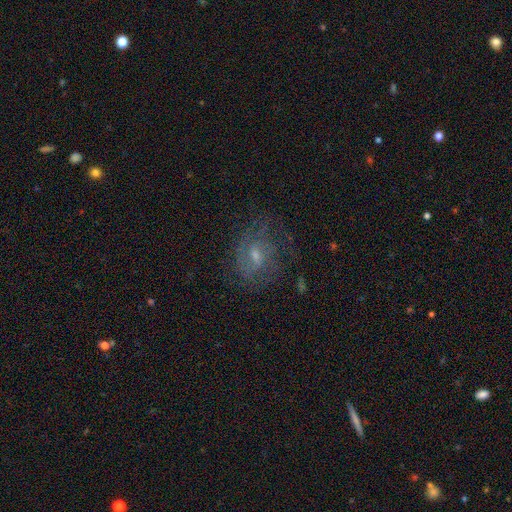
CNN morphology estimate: Q: Smooth or featured?
A: featured or disk (65%); runner-up: smooth (24%)
Q: Edge-on disk?
A: no (96%); runner-up: yes (4%)
Q: Bar?
A: weak (50%); runner-up: no (41%)
Q: Spiral arms?
A: yes (78%); runner-up: no (22%)
Q: Bulge size?
A: small (51%); runner-up: moderate (39%)
Q: Merging?
A: none (61%); runner-up: minor disturbance (21%)